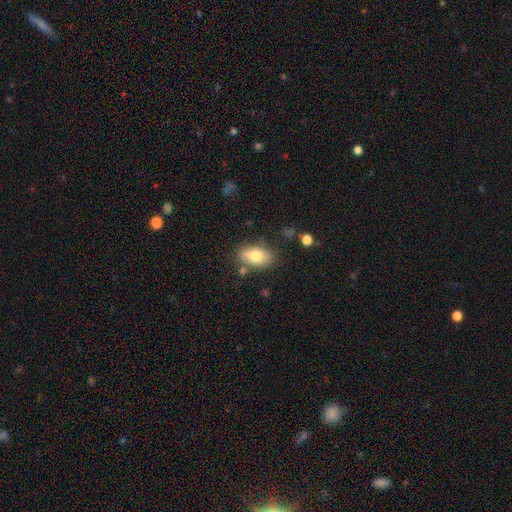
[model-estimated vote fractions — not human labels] Smooth or featured: smooth — 75% (featured or disk — 17%)
How rounded: in between — 90% (round — 8%)
Merging: none — 74% (minor disturbance — 16%)